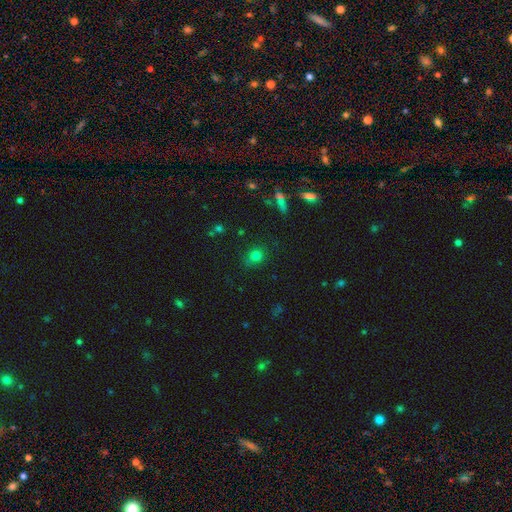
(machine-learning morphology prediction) This is likely a smooth galaxy (76%). How rounded: likely round (71%). Merging: likely none (78%).